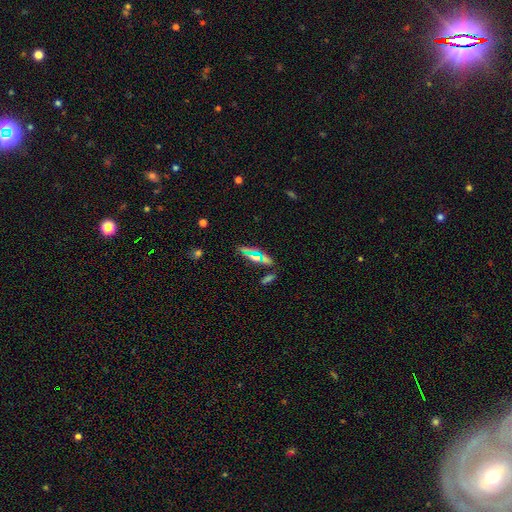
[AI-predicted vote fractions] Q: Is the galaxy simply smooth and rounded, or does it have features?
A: smooth — 49%.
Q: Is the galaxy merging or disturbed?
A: none — 68%.